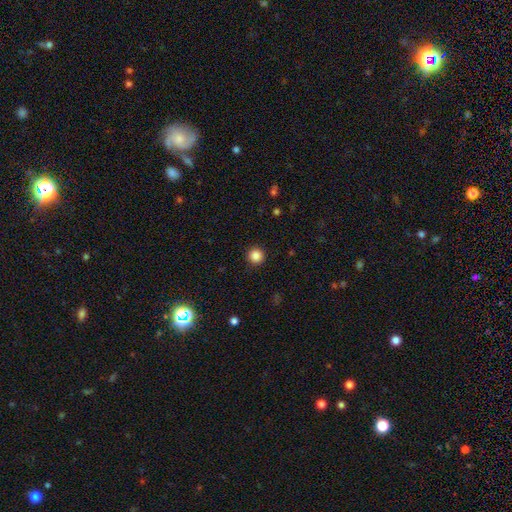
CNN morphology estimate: Smooth or featured: smooth — 85% (star or artifact — 11%)
How rounded: round — 96% (in between — 3%)
Merging: none — 92% (minor disturbance — 5%)